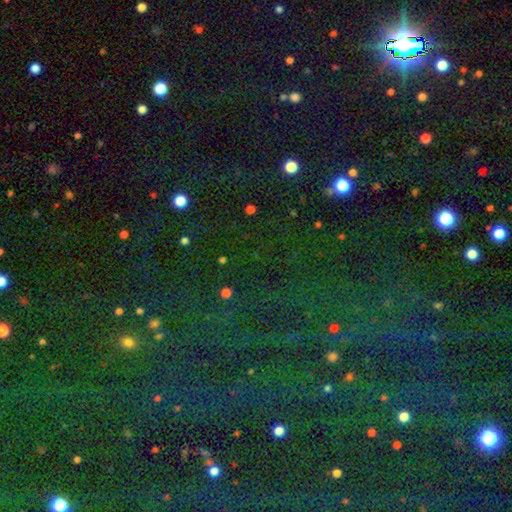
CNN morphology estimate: star or artifact 81%, smooth 12%, featured or disk 7%.